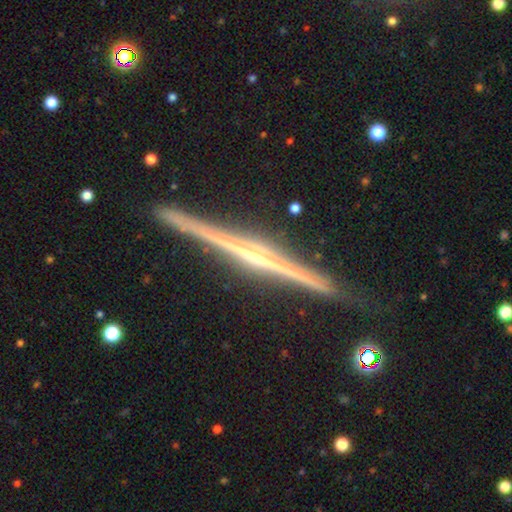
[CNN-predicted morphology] Smooth or featured? Predicted: featured or disk (p=0.90). Edge-on disk? Predicted: yes (p=0.99). Edge-on bulge? Predicted: rounded (p=0.73). Merging? Predicted: none (p=0.91).